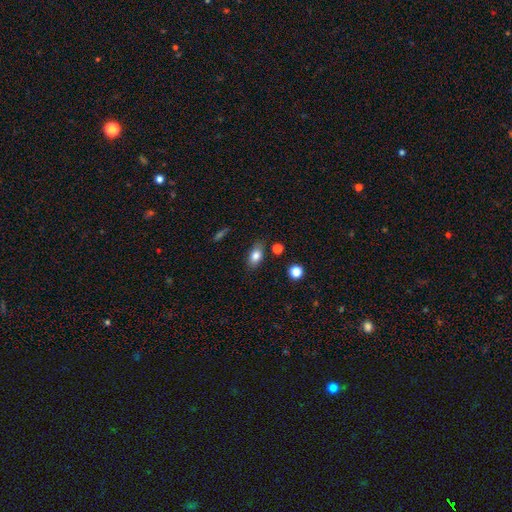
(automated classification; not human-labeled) Smooth or featured? Predicted: smooth (p=0.81). How rounded? Predicted: in between (p=0.86). Merging? Predicted: none (p=0.80).